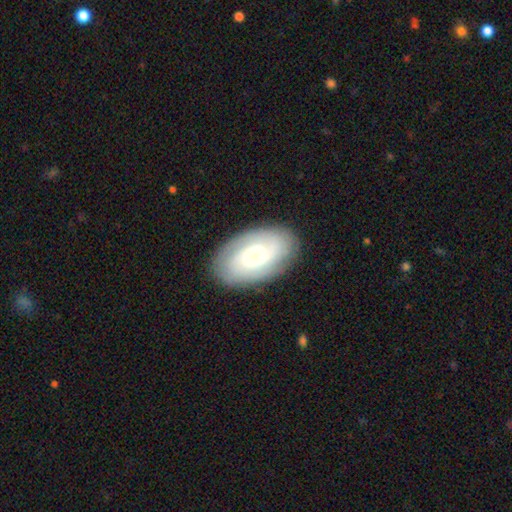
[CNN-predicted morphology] Q: Smooth or featured?
A: featured or disk (65%); runner-up: smooth (29%)
Q: Edge-on disk?
A: no (95%); runner-up: yes (5%)
Q: Bar?
A: no (69%); runner-up: weak (25%)
Q: Spiral arms?
A: yes (88%); runner-up: no (12%)
Q: Spiral winding?
A: tight (62%); runner-up: medium (29%)
Q: Spiral arm count?
A: can't tell (37%); runner-up: 2 (35%)
Q: Bulge size?
A: small (56%); runner-up: moderate (35%)
Q: Merging?
A: none (84%); runner-up: minor disturbance (11%)